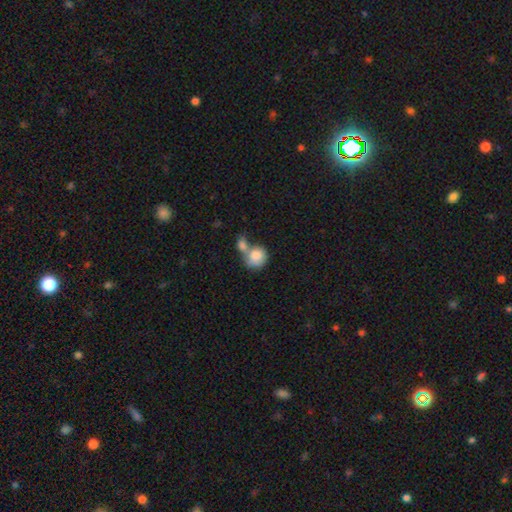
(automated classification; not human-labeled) Smooth or featured: smooth — 81% (featured or disk — 12%)
How rounded: round — 72% (in between — 27%)
Merging: merger — 62% (none — 23%)